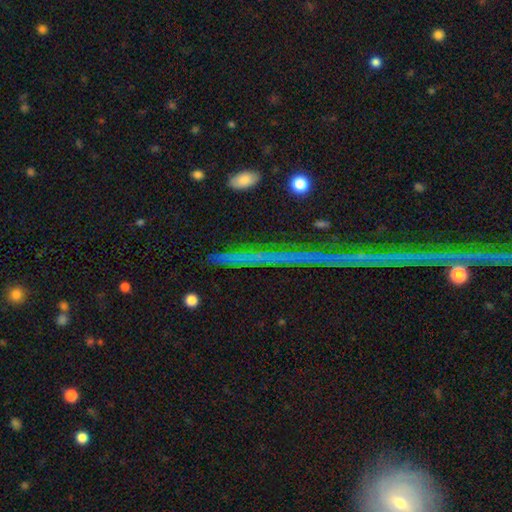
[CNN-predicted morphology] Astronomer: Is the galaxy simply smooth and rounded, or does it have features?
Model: star or artifact — 49% (runner-up: smooth, 28%).